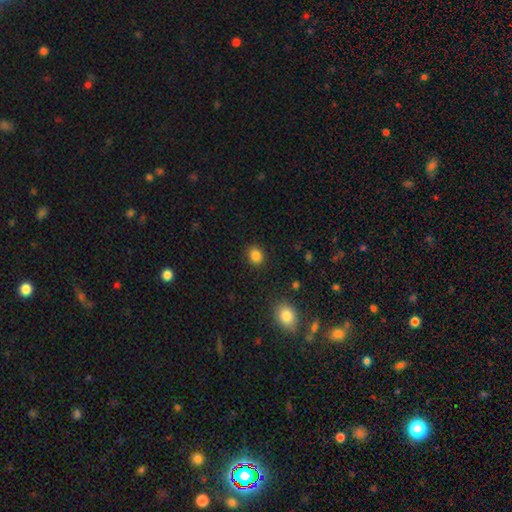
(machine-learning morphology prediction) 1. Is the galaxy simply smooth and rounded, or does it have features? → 85% smooth, 11% star or artifact, 4% featured or disk.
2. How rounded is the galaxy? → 67% round, 32% in between, 1% cigar-shaped.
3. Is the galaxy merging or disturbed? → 89% none, 7% minor disturbance, 2% major disturbance, 1% merger.